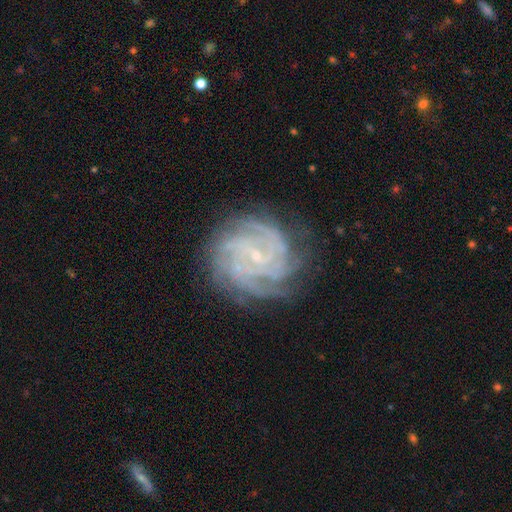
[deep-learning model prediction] A featured or disk galaxy (87%) with no bar (57%), 4 (32%) tight (75%) spiral arms (98%) and a small central bulge (85%).

Vote fractions:
- Smooth or featured? featured or disk: 87% / star or artifact: 7% / smooth: 6%
- Edge-on disk? no: 97% / yes: 3%
- Bar? no: 57% / weak: 33% / strong: 10%
- Spiral arms? yes: 98% / no: 2%
- Spiral winding? tight: 75% / medium: 22% / loose: 3%
- Spiral arm count? 4: 32% / can't tell: 19% / more than 4: 17% / 3: 16% / 2: 9% / 1: 7%
- Bulge size? small: 85% / moderate: 10% / none: 3% / large: 1% / dominant: 1%
- Merging? none: 79% / minor disturbance: 15% / major disturbance: 5% / merger: 1%